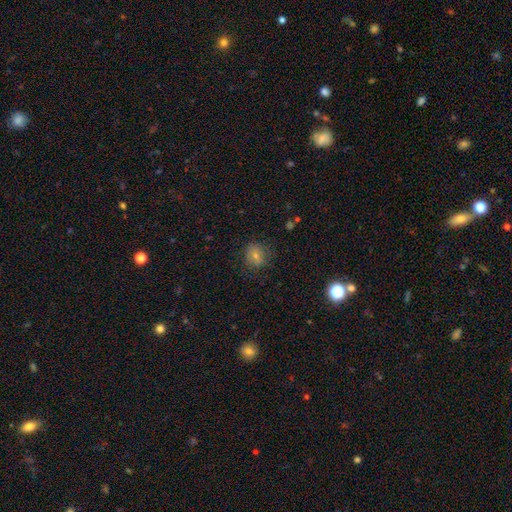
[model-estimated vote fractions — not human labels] The model was most divided on "how rounded": round: 72%, in between: 27%, cigar-shaped: 1%. More confident: merging — none (74%); smooth or featured — smooth (71%).